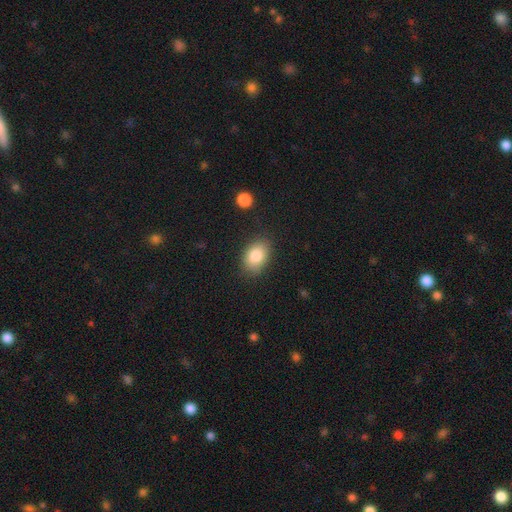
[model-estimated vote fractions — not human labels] Smooth or featured? Predicted: smooth (p=0.84). How rounded? Predicted: in between (p=0.83). Merging? Predicted: none (p=0.81).